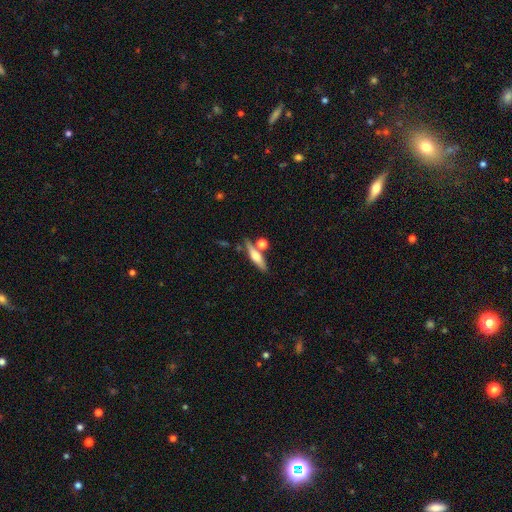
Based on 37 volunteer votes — Smooth or featured?
  - smooth: 49% * (tied)
  - featured or disk: 49% * (tied)
  - star or artifact: 3%
How rounded?
  - cigar-shaped: 89% *
  - in between: 11%
  - round: 0%
Merging?
  - none: 64% *
  - minor disturbance: 19%
  - merger: 17%
  - major disturbance: 0%